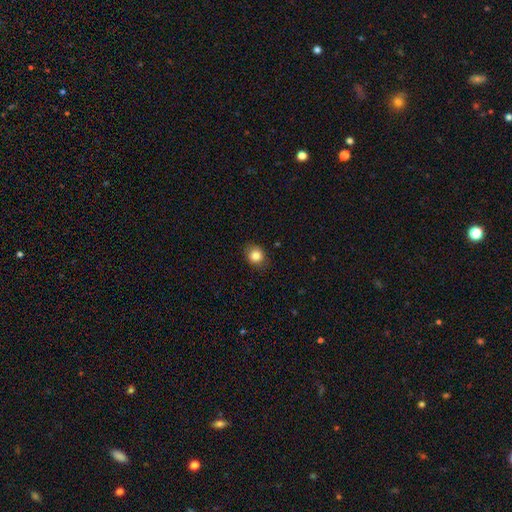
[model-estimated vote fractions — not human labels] Overall: smooth (84%). How rounded: round (78%). Merging: none (86%).